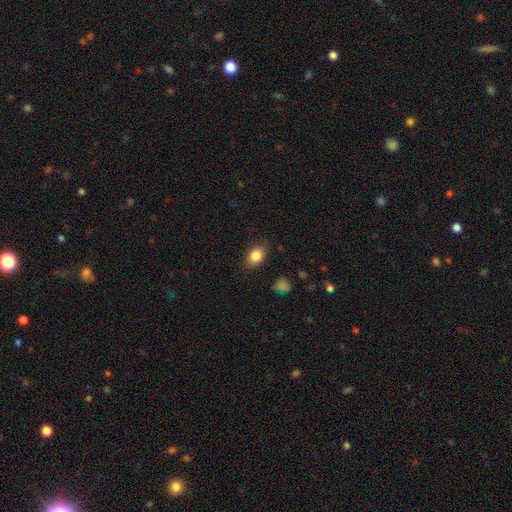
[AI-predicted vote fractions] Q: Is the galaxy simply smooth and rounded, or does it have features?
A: smooth — 84%.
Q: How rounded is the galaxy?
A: in between — 80%.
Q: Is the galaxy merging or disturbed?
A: none — 84%.